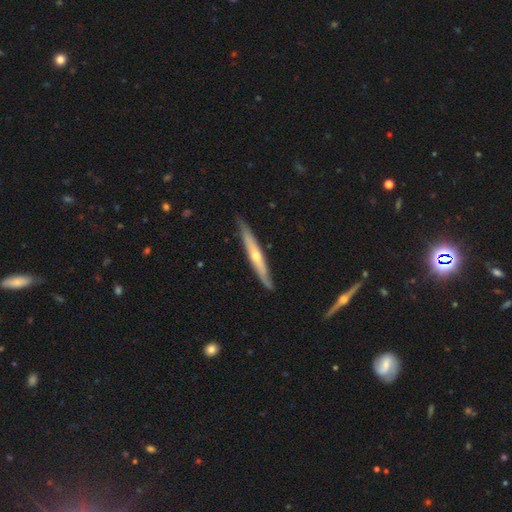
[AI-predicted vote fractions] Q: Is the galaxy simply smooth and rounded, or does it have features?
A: featured or disk — 69%.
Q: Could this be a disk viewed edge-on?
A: yes — 94%.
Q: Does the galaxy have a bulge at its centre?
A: rounded — 79%.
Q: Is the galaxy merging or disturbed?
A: none — 87%.